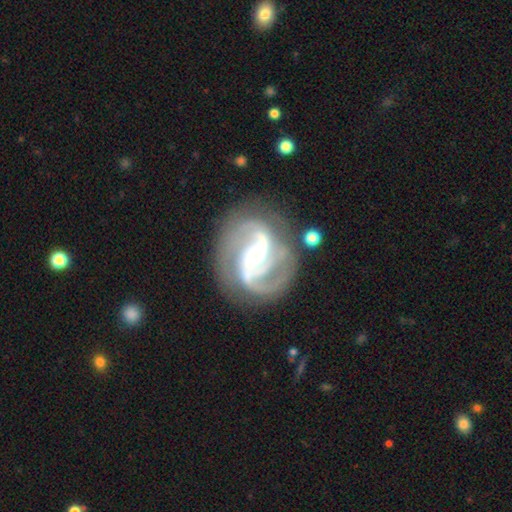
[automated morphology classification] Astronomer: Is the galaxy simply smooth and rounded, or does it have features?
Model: featured or disk — 92%.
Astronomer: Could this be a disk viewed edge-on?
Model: no — 98%.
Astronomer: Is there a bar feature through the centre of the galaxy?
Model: strong — 45% (runner-up: weak, 37%).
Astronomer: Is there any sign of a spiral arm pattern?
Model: yes — 98%.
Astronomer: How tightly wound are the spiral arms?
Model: medium — 53% (runner-up: tight, 34%).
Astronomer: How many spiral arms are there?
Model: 2 — 52% (runner-up: 3, 30%).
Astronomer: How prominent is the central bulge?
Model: small — 51% (runner-up: moderate, 44%).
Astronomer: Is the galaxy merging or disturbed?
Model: none — 74%.